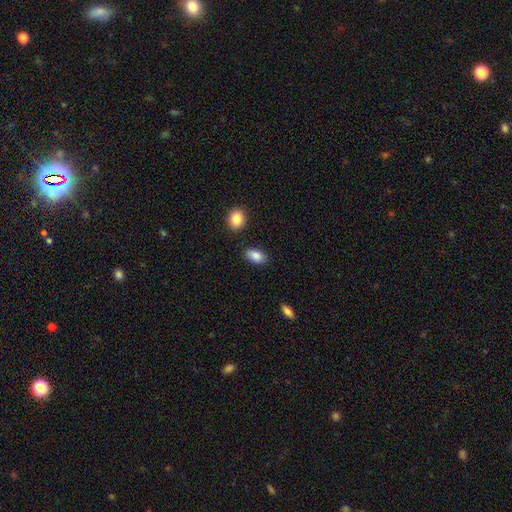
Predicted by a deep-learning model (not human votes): The model was most divided on "merging": none: 84%, minor disturbance: 11%, merger: 3%, major disturbance: 2%. More confident: how rounded — in between (91%); smooth or featured — smooth (88%).